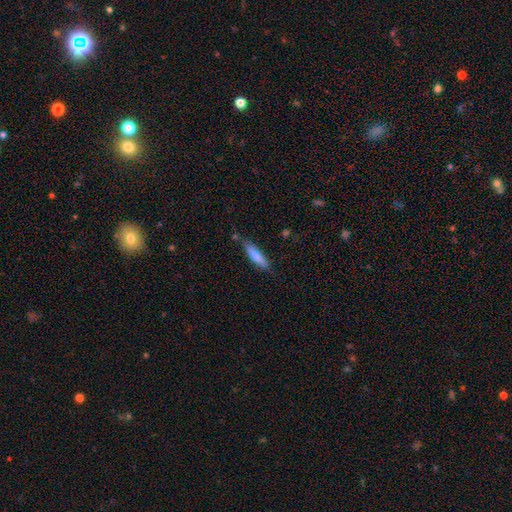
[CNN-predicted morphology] A smooth galaxy with no disk features (74%) that is cigar-shaped (75%). Merging: none (73%).